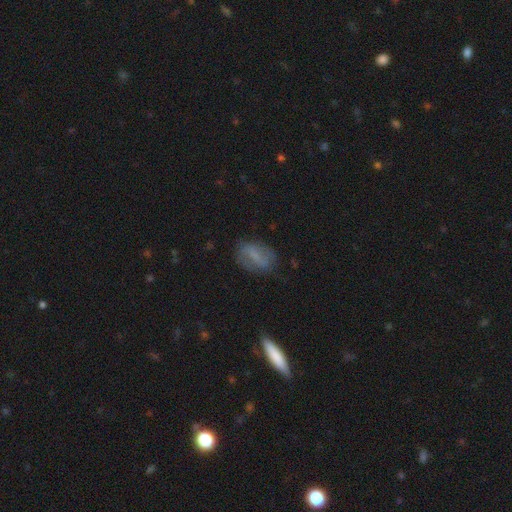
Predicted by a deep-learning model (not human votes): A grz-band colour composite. It shows a smooth galaxy with no disk features (48%). Merging: none (72%).